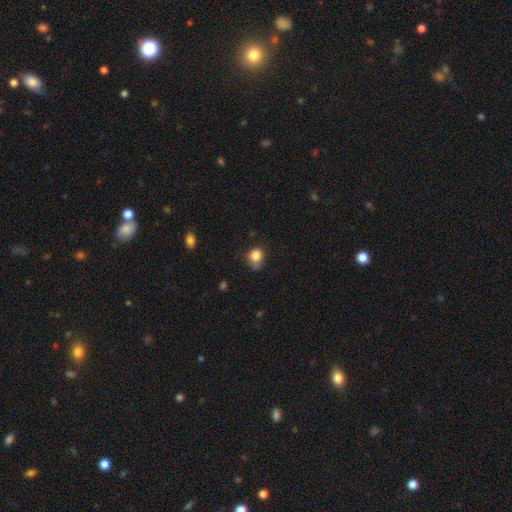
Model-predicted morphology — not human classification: Smooth or featured?
  - smooth: 83% *
  - star or artifact: 10%
  - featured or disk: 7%
How rounded?
  - round: 66% *
  - in between: 33%
  - cigar-shaped: 1%
Merging?
  - none: 50% *
  - minor disturbance: 36%
  - major disturbance: 11%
  - merger: 2%